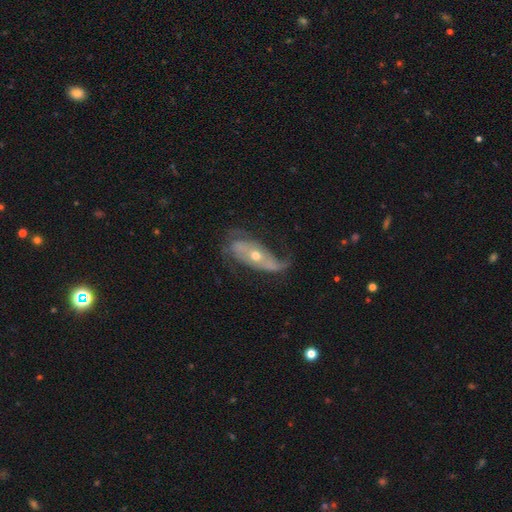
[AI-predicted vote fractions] The model was most divided on "spiral winding": loose: 51%, medium: 32%, tight: 17%. Remaining: edge-on disk — no (86%); spiral arms — yes (86%); smooth or featured — featured or disk (76%); spiral arm count — 2 (66%); bar — no (62%); bulge size — moderate (58%); merging — none (47%).